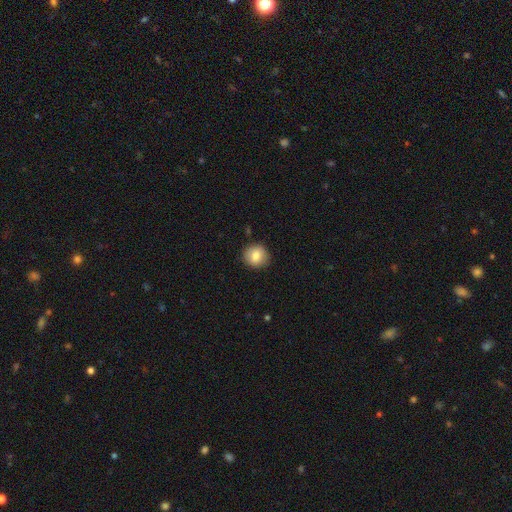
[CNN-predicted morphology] Smooth or featured: smooth — 81% (featured or disk — 10%)
How rounded: round — 87% (in between — 12%)
Merging: none — 88% (minor disturbance — 9%)